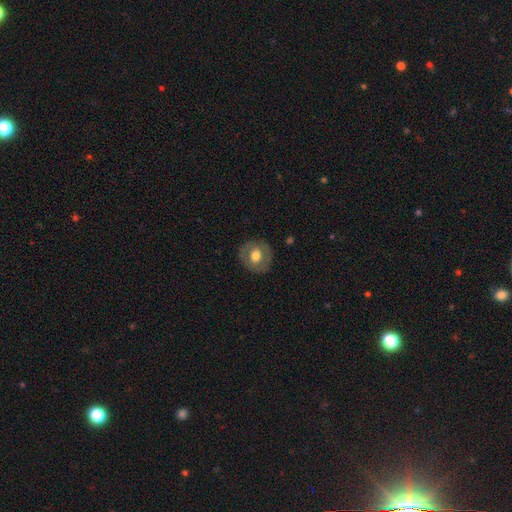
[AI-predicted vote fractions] Smooth or featured?
  - smooth: 57% *
  - featured or disk: 36%
  - star or artifact: 7%
How rounded?
  - round: 85% *
  - in between: 14%
  - cigar-shaped: 1%
Merging?
  - none: 85% *
  - minor disturbance: 10%
  - major disturbance: 3%
  - merger: 1%